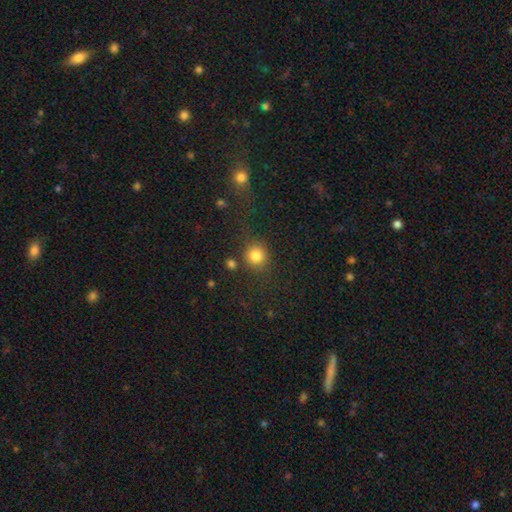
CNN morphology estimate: Smooth or featured? smooth (82%)
How rounded? round (88%)
Merging? none (76%)